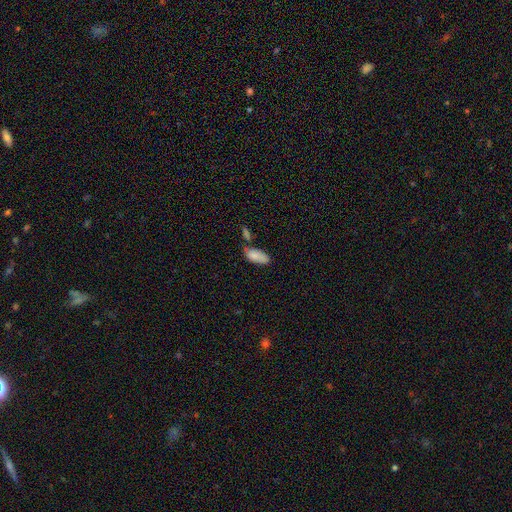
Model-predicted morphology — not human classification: smooth 84%, featured or disk 9%, star or artifact 7%. Down the decision tree: how rounded — in between (87%); merging — none (51%).